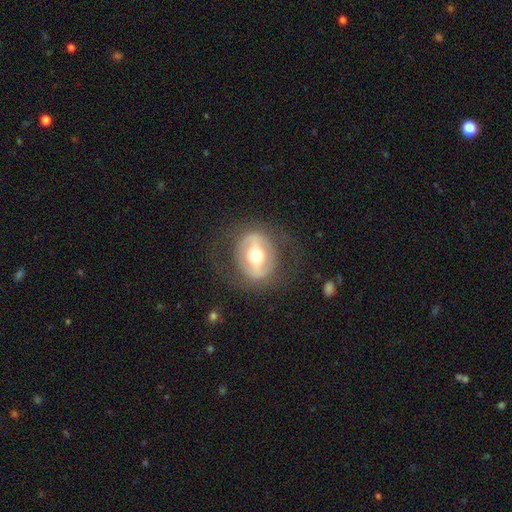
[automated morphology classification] smooth-or-featured: featured or disk: 66% | smooth: 28% | star or artifact: 6%
  disk-edge-on: no: 92% | yes: 8%
    bar: strong: 55% | weak: 26% | no: 19%
    has-spiral-arms: no: 71% | yes: 29%
    bulge-size: moderate: 69% | large: 19% | small: 9% | dominant: 2% | none: 1%
  merging: none: 73% | minor disturbance: 13% | major disturbance: 13% | merger: 1%